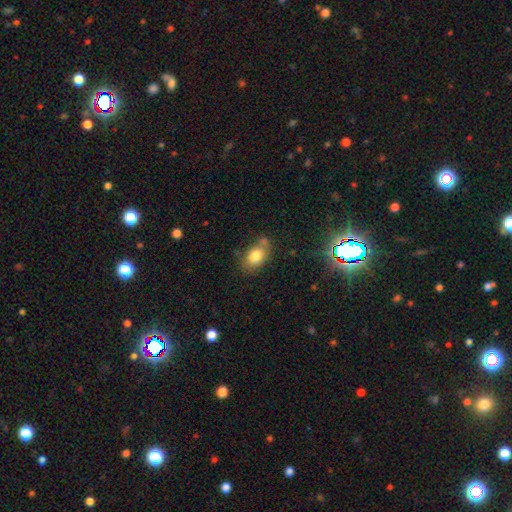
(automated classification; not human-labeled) Overall: smooth (80%). How rounded: in between (75%). Merging: none (61%; minor disturbance 21%).